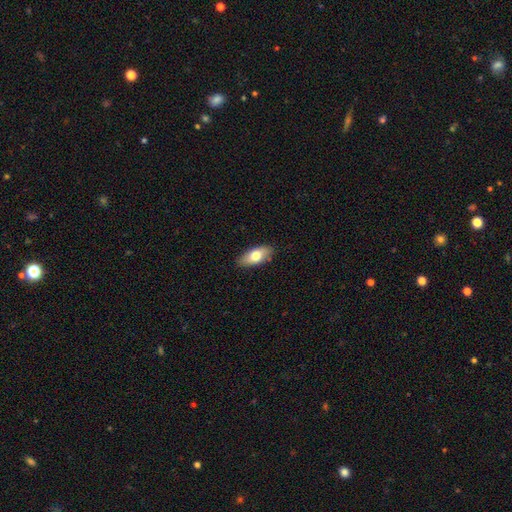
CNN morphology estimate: smooth-or-featured: smooth: 72% | featured or disk: 22% | star or artifact: 6%
  how-rounded: in between: 87% | cigar-shaped: 10% | round: 3%
  merging: none: 86% | minor disturbance: 11% | major disturbance: 2% | merger: 1%